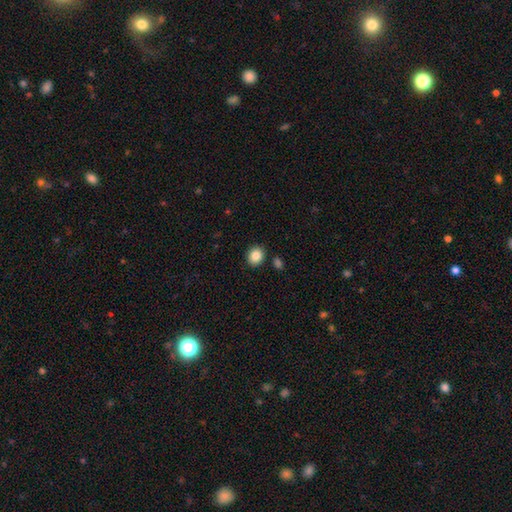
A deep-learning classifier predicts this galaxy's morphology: smooth_or_featured: smooth (p=0.87) [alt: star or artifact p=0.09]
how_rounded: round (p=0.71) [alt: in between p=0.28]
merging: none (p=0.87) [alt: minor disturbance p=0.08]